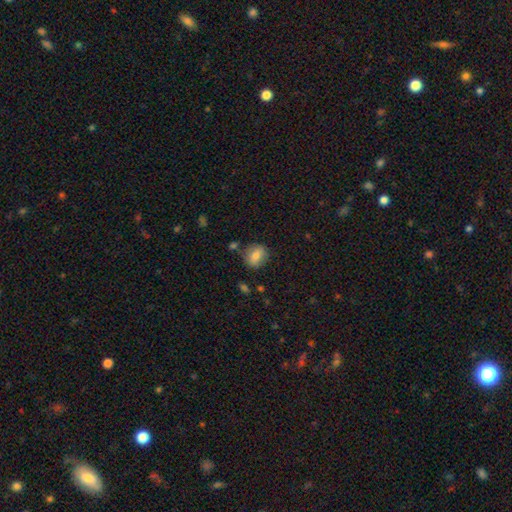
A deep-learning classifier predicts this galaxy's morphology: A smooth galaxy with no disk features (77%) that is round (62%). Merging: none (77%).